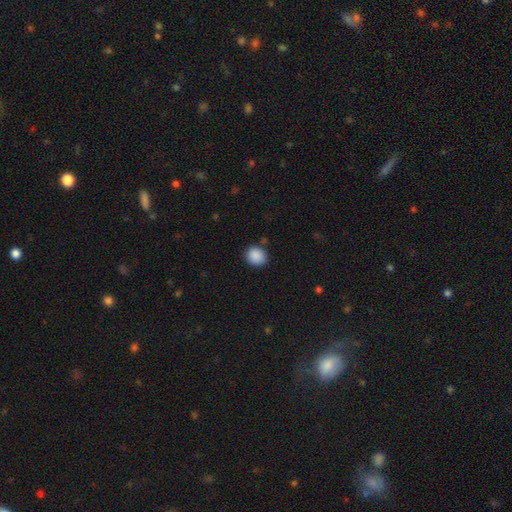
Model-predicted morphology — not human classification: The model was most divided on "how rounded": round: 71%, in between: 28%, cigar-shaped: 1%. More confident: smooth or featured — smooth (89%); merging — none (85%).